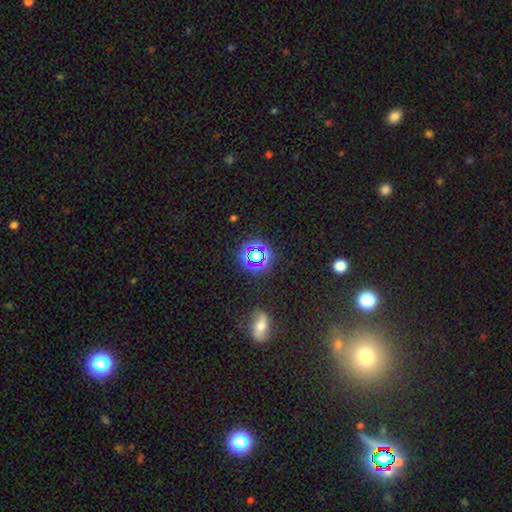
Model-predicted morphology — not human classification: type=star or artifact (63%).